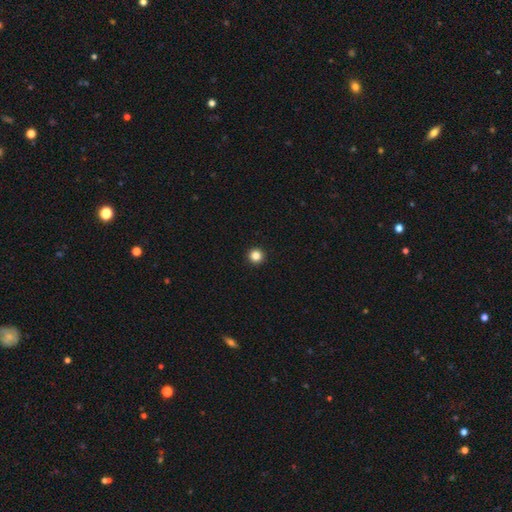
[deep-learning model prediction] Q: Smooth or featured?
A: smooth (84%); runner-up: star or artifact (12%)
Q: How rounded?
A: round (97%); runner-up: in between (2%)
Q: Merging?
A: none (95%); runner-up: minor disturbance (3%)